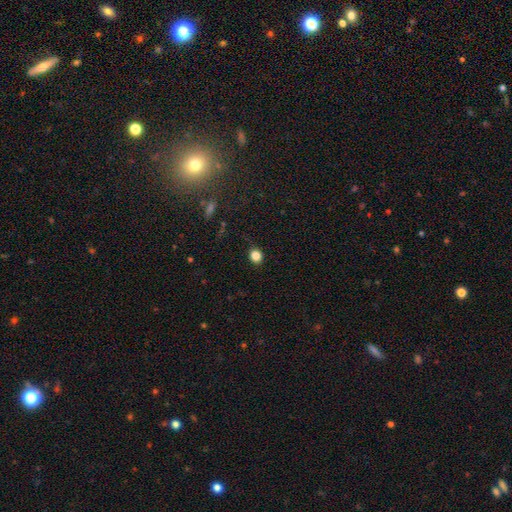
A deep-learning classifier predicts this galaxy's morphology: Smooth or featured? smooth (84%)
How rounded? round (71%)
Merging? none (86%)